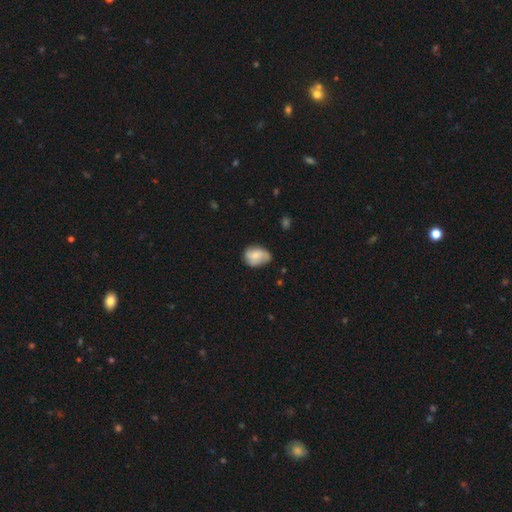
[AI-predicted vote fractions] This appears to be a smooth galaxy with no disk features (58%) that is in between round and cigar-shaped (67%). Merging: none (53%).